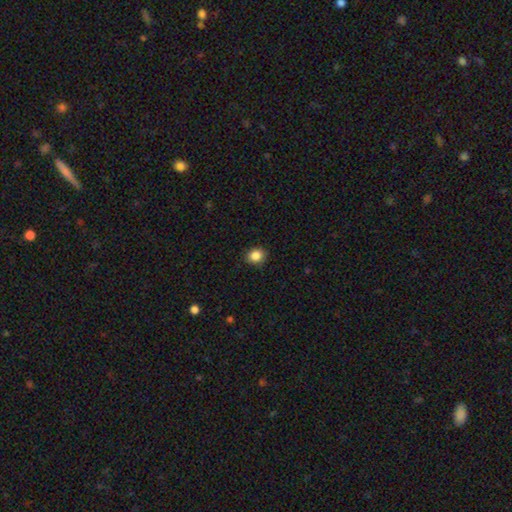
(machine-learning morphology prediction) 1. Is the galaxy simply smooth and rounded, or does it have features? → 86% smooth, 10% star or artifact, 4% featured or disk.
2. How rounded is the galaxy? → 65% round, 34% in between, 1% cigar-shaped.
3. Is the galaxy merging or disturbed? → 89% none, 8% minor disturbance, 2% major disturbance, 1% merger.